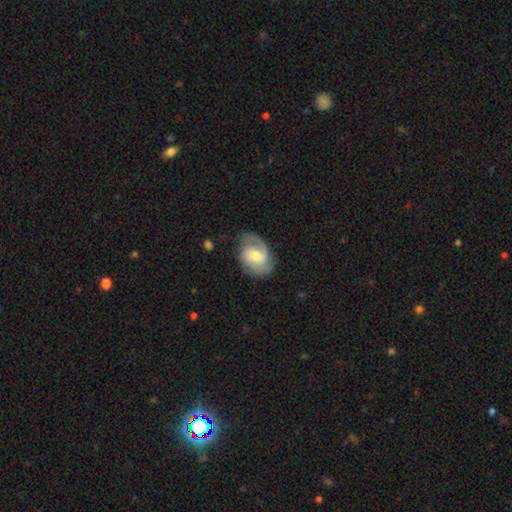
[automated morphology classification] This appears to be a featured or disk galaxy (71%) with a weak bar (50%), 2 (69%) medium (47%) spiral arms (92%) and a moderate central bulge (58%). Merging: none (67%).